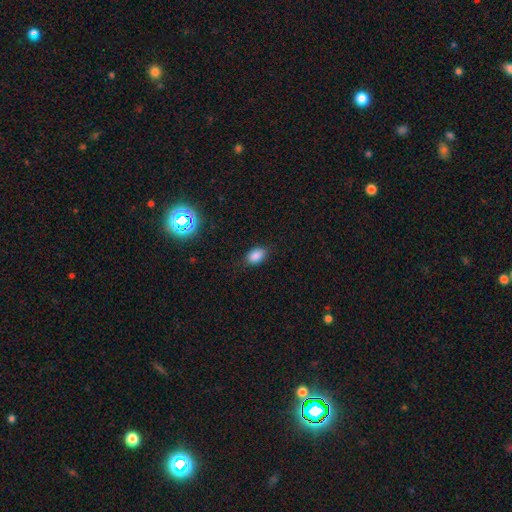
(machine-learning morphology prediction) smooth 84%, star or artifact 11%, featured or disk 4%. Down the decision tree: how rounded — in between (85%); merging — none (80%).